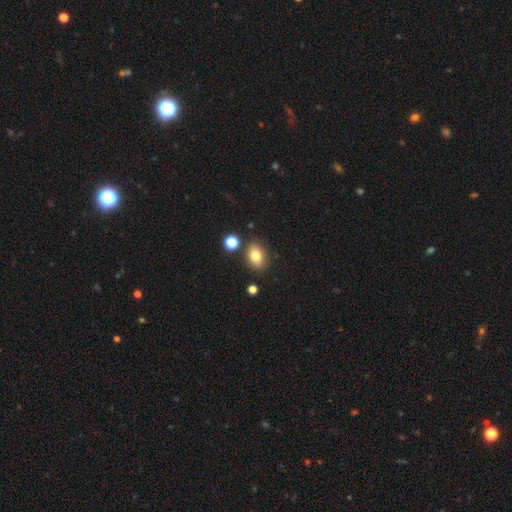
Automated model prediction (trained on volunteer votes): A smooth galaxy with no disk features (80%) that is in between round and cigar-shaped (72%). Merging: none (81%).